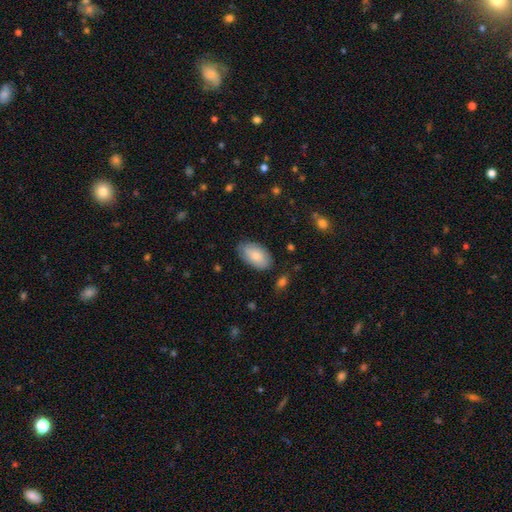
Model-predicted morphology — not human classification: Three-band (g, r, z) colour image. It shows a smooth galaxy with no disk features (78%) that is in between round and cigar-shaped (94%). Merging: none (77%).